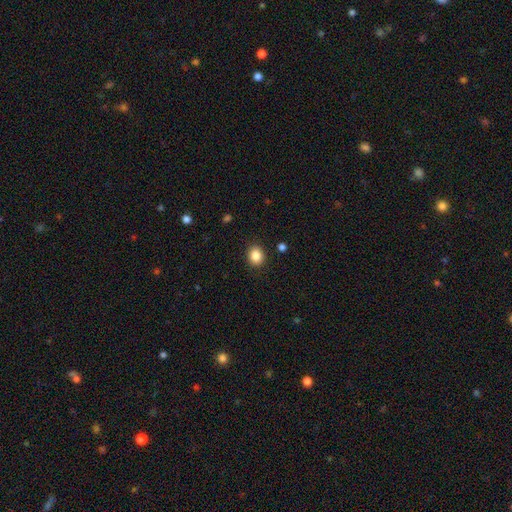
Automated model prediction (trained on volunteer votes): This is clearly a smooth galaxy (86%). How rounded: likely round (64%). Merging: clearly none (89%).